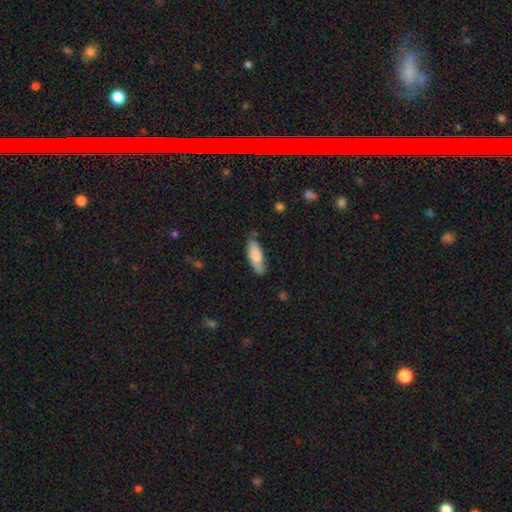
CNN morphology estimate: smooth 75%, featured or disk 19%, star or artifact 6%. Down the decision tree: how rounded — in between (69%); merging — none (66%).